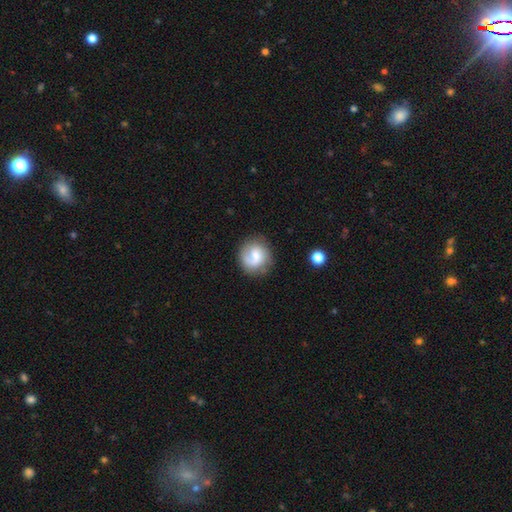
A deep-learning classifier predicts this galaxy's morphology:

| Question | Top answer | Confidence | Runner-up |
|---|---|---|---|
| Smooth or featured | featured or disk | 50% | smooth (43%) |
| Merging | none | 75% | minor disturbance (16%) |